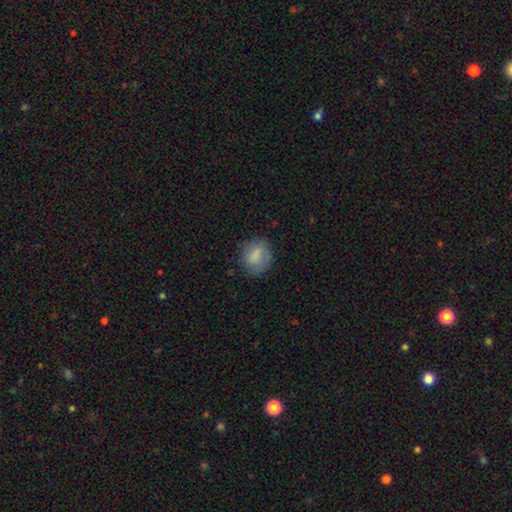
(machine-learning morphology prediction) smooth_or_featured: smooth (p=0.76) [alt: featured or disk p=0.16]
how_rounded: round (p=0.59) [alt: in between p=0.40]
merging: none (p=0.70) [alt: minor disturbance p=0.20]